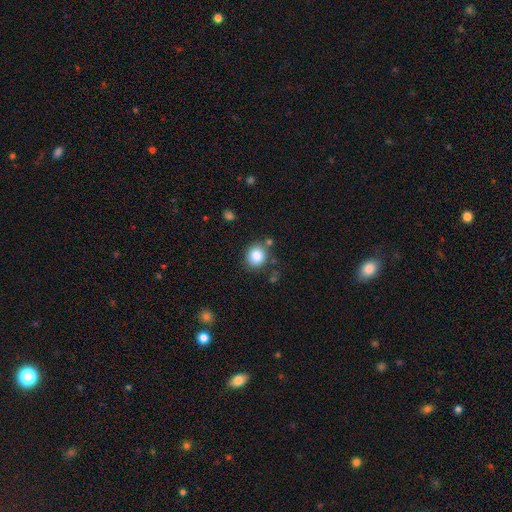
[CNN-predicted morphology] Q: Smooth or featured?
A: smooth (84%); runner-up: star or artifact (10%)
Q: How rounded?
A: round (77%); runner-up: in between (22%)
Q: Merging?
A: none (81%); runner-up: minor disturbance (11%)